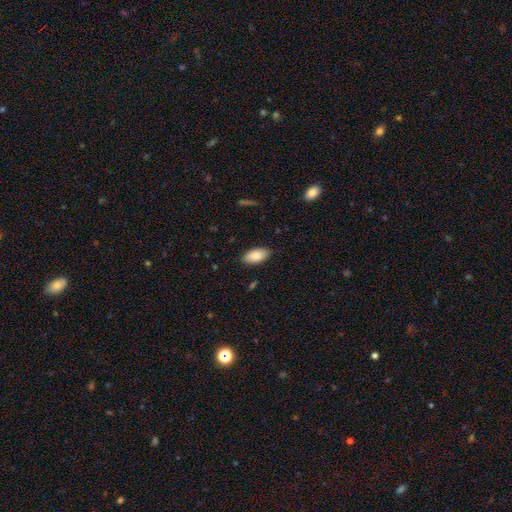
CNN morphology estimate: Smooth or featured? Predicted: smooth (p=0.85). How rounded? Predicted: in between (p=0.94). Merging? Predicted: none (p=0.86).